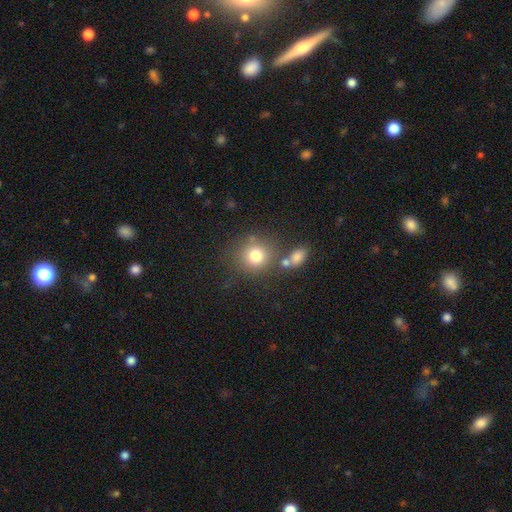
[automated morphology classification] smooth-or-featured: smooth: 78% | star or artifact: 12% | featured or disk: 10%
  how-rounded: round: 87% | in between: 12% | cigar-shaped: 1%
  merging: none: 69% | merger: 14% | minor disturbance: 12% | major disturbance: 5%